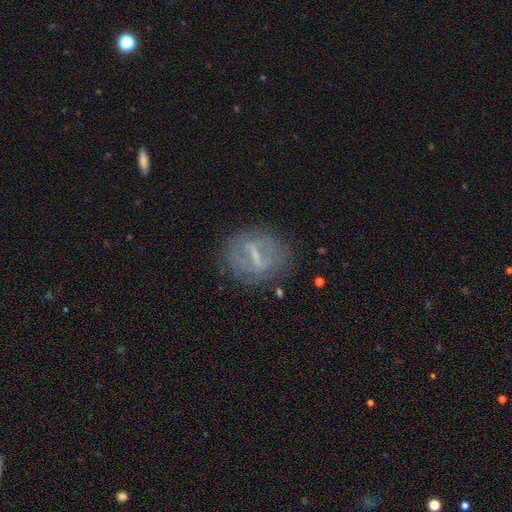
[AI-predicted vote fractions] Smooth or featured: featured or disk — 68% (smooth — 22%)
Edge-on disk: no — 86% (yes — 14%)
Bar: strong — 66% (weak — 26%)
Spiral arms: no — 64% (yes — 36%)
Bulge size: small — 40% (none — 37%)
Merging: none — 75% (minor disturbance — 15%)